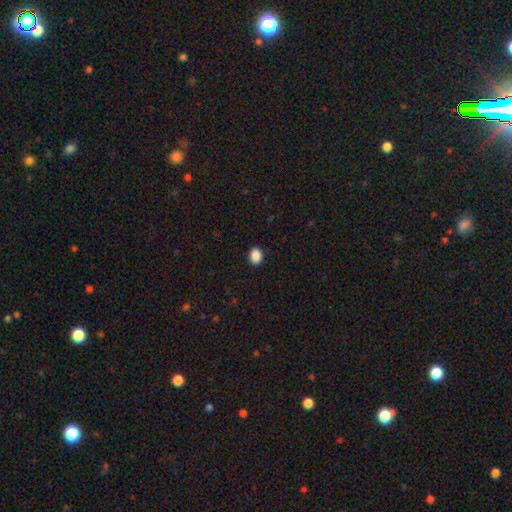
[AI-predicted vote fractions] Q: Smooth or featured?
A: smooth (89%); runner-up: star or artifact (8%)
Q: How rounded?
A: in between (66%); runner-up: round (33%)
Q: Merging?
A: none (91%); runner-up: minor disturbance (7%)